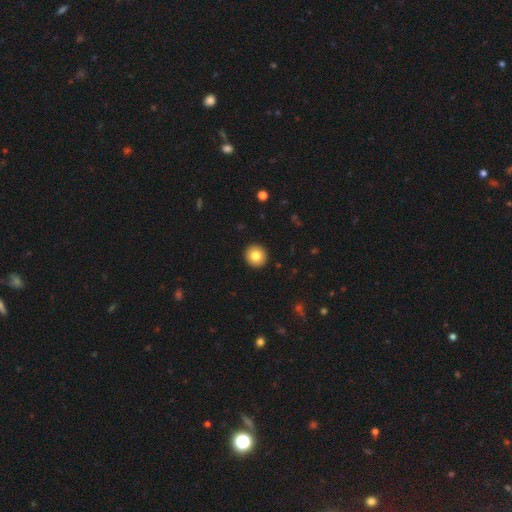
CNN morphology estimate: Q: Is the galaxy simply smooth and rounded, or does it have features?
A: smooth — 81%.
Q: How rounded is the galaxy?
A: round — 91%.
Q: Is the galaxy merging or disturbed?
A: none — 93%.